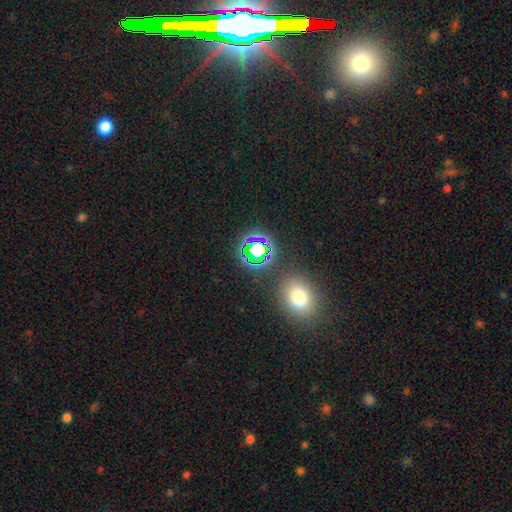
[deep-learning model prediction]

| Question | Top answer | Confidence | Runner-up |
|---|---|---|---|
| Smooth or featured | smooth | 49% | star or artifact (43%) |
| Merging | none | 84% | minor disturbance (7%) |